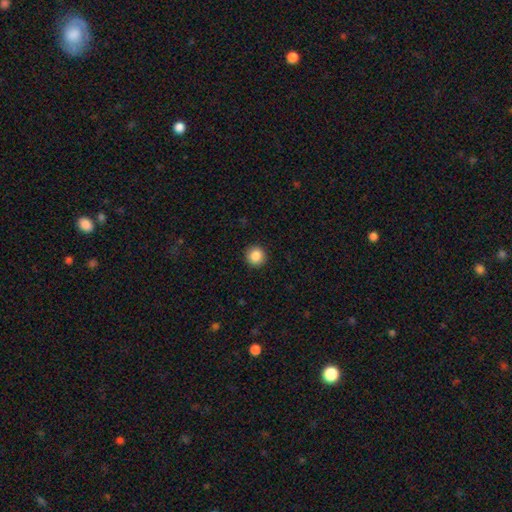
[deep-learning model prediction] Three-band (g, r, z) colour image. It shows a smooth galaxy with no disk features (87%) that is round (94%). Merging: none (93%).